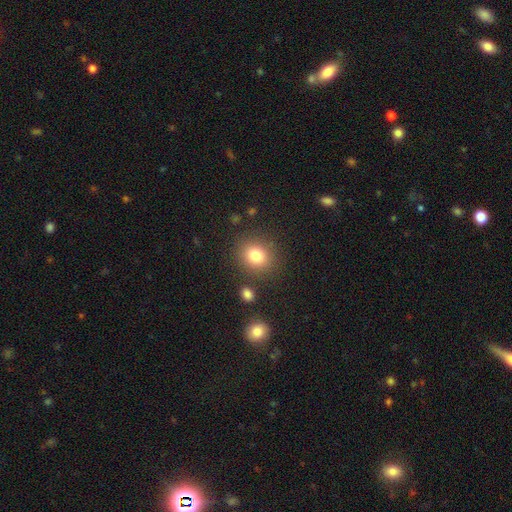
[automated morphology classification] Smooth or featured: smooth — 80% (star or artifact — 12%)
How rounded: round — 73% (in between — 26%)
Merging: none — 84% (minor disturbance — 8%)